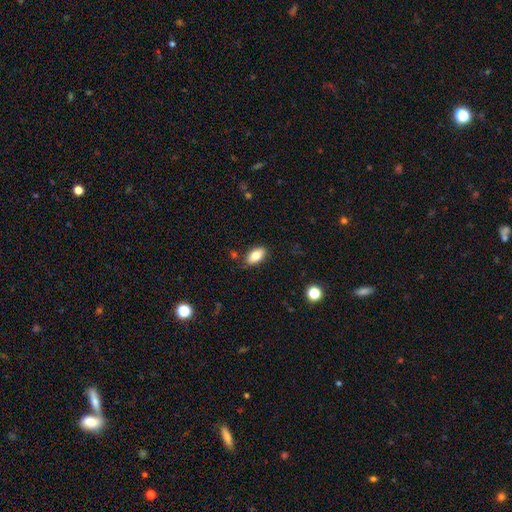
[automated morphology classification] smooth_or_featured: smooth (p=0.82) [alt: featured or disk p=0.10]
how_rounded: in between (p=0.91) [alt: cigar-shaped p=0.05]
merging: none (p=0.83) [alt: minor disturbance p=0.12]